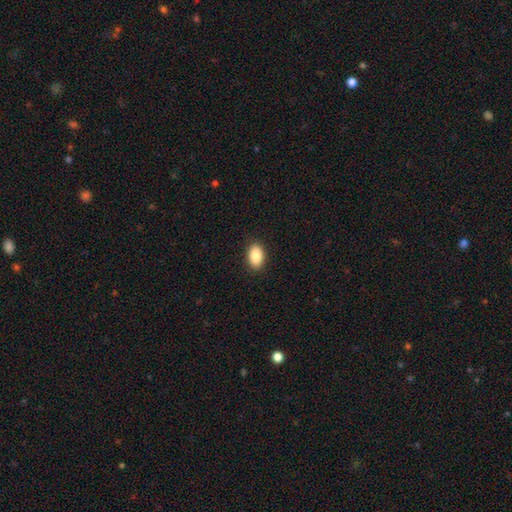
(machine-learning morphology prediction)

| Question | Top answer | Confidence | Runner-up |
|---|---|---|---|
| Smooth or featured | smooth | 89% | star or artifact (7%) |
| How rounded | in between | 91% | round (7%) |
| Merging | none | 90% | minor disturbance (7%) |